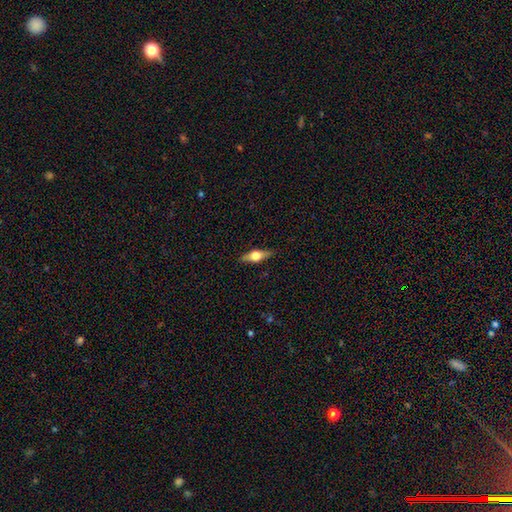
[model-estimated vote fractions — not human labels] A featured or disk galaxy (51%) viewed edge-on (92%).

Vote fractions:
- Smooth or featured? featured or disk: 51% / smooth: 42% / star or artifact: 7%
- Edge-on disk? yes: 92% / no: 8%
- Merging? none: 87% / minor disturbance: 10% / major disturbance: 2% / merger: 1%